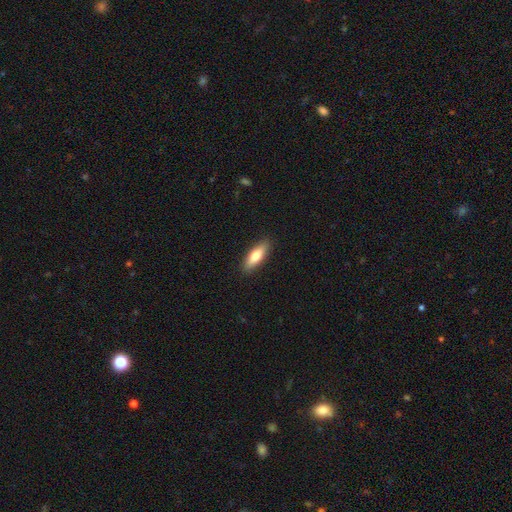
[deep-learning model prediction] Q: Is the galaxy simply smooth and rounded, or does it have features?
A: smooth — 73%.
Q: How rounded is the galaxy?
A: in between — 54%.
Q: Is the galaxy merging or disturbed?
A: none — 89%.